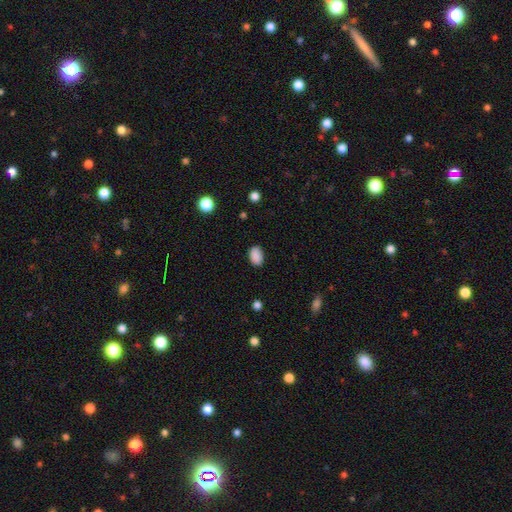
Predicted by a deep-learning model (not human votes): The model was most divided on "merging": none: 84%, minor disturbance: 12%, major disturbance: 3%, merger: 1%. More confident: smooth or featured — smooth (89%); how rounded — in between (87%).